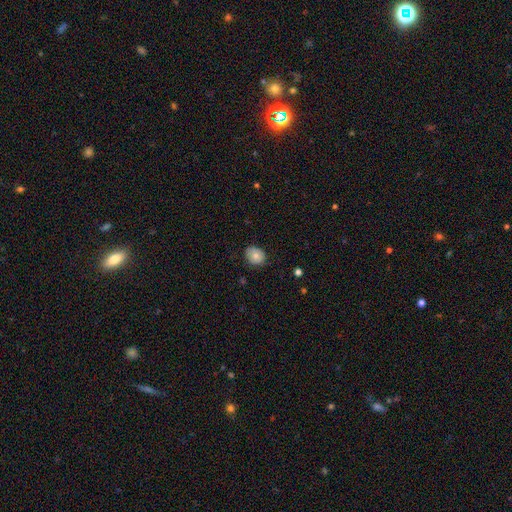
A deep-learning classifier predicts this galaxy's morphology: smooth 76%, featured or disk 15%, star or artifact 9%. Down the decision tree: how rounded — round (62%); merging — none (79%).